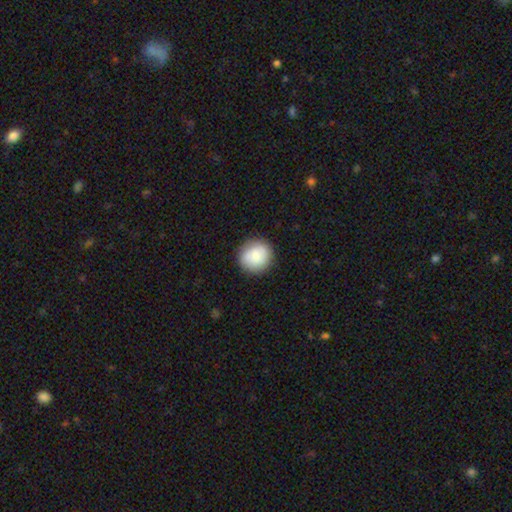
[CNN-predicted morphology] Smooth or featured: smooth — 84% (featured or disk — 9%)
How rounded: round — 89% (in between — 10%)
Merging: none — 87% (minor disturbance — 10%)